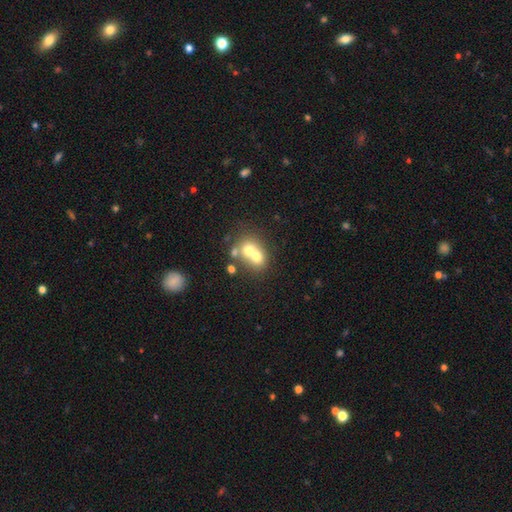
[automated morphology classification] Smooth or featured?
  - smooth: 62% *
  - featured or disk: 26%
  - star or artifact: 12%
How rounded?
  - round: 68% *
  - in between: 31%
  - cigar-shaped: 1%
Merging?
  - merger: 67% *
  - none: 25%
  - minor disturbance: 5%
  - major disturbance: 3%